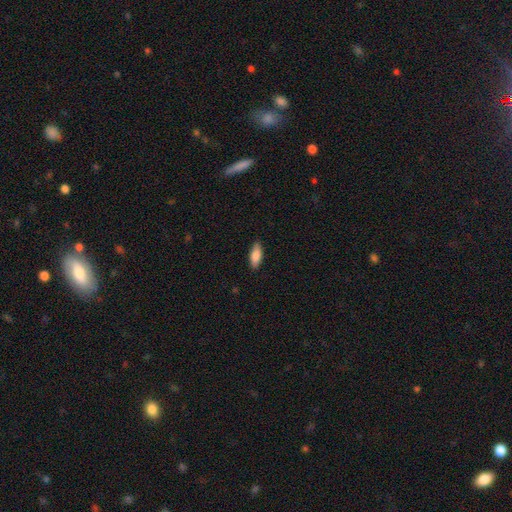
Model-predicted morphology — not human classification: A smooth galaxy with no disk features (83%) that is in between round and cigar-shaped (74%). Merging: none (84%).